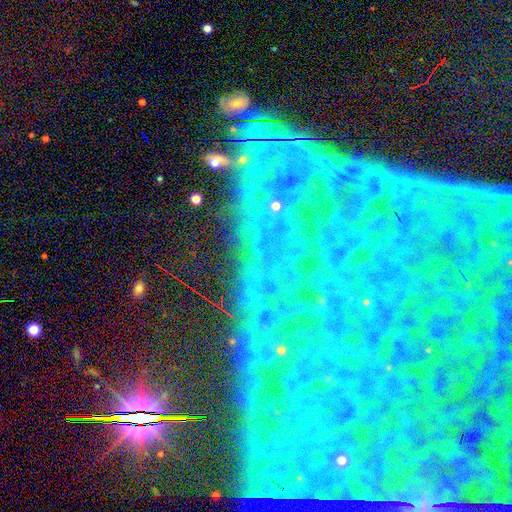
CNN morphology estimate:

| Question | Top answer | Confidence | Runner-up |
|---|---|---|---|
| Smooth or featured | star or artifact | 82% | featured or disk (10%) |